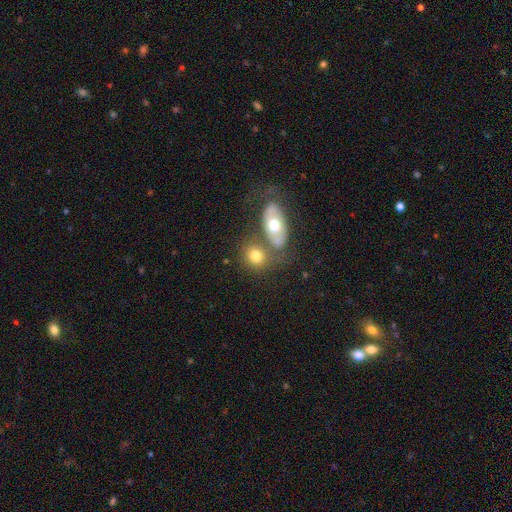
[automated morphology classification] Smooth or featured? Predicted: smooth (p=0.69). How rounded? Predicted: round (p=0.51). Merging? Predicted: none (p=0.50).